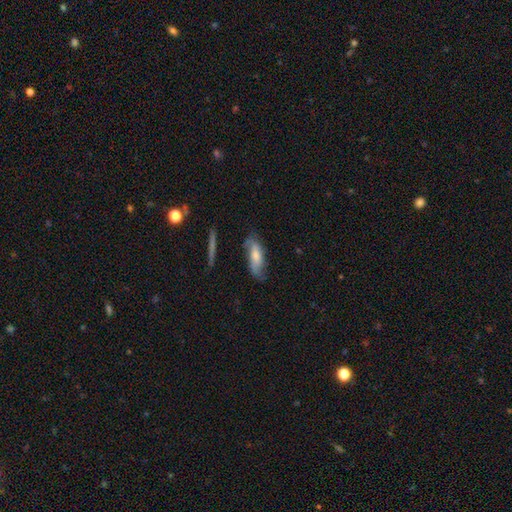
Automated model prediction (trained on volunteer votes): Smooth or featured?
  - smooth: 58% *
  - featured or disk: 35%
  - star or artifact: 7%
How rounded?
  - in between: 64% *
  - cigar-shaped: 33%
  - round: 2%
Merging?
  - none: 55% *
  - minor disturbance: 29%
  - major disturbance: 11%
  - merger: 4%